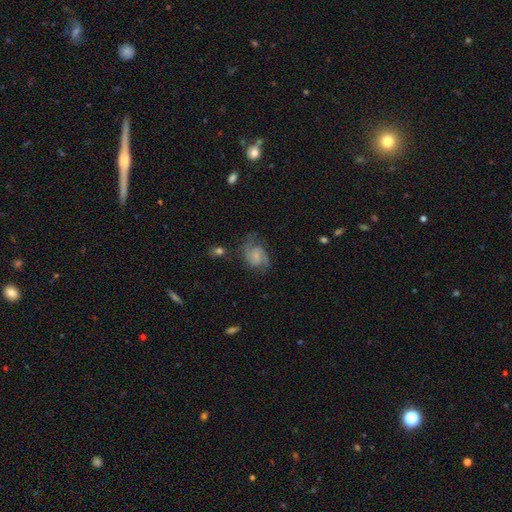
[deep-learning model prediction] A featured or disk galaxy (74%) with no bar (61%), 2 (80%) medium (50%) spiral arms (94%) and a small central bulge (55%).

Vote fractions:
- Smooth or featured? featured or disk: 74% / smooth: 18% / star or artifact: 8%
- Edge-on disk? no: 98% / yes: 2%
- Bar? no: 61% / weak: 33% / strong: 5%
- Spiral arms? yes: 94% / no: 6%
- Spiral winding? medium: 50% / tight: 29% / loose: 21%
- Spiral arm count? 2: 80% / can't tell: 8% / 3: 5% / 1: 4% / 4: 2% / more than 4: 2%
- Bulge size? small: 55% / moderate: 21% / none: 20% / large: 3% / dominant: 1%
- Merging? none: 63% / minor disturbance: 22% / major disturbance: 13% / merger: 3%